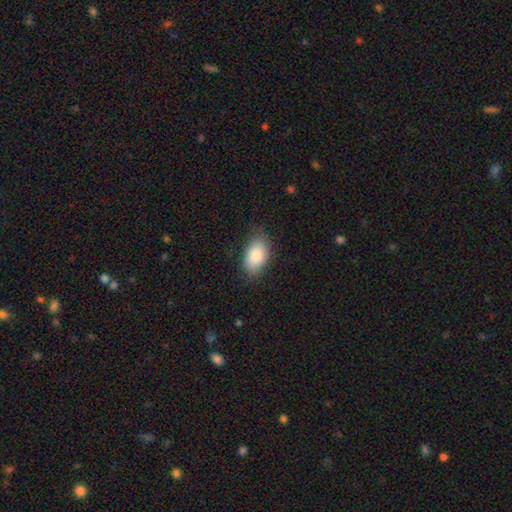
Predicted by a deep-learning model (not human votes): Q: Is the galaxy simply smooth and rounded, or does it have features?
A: smooth — 84%.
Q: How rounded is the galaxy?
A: in between — 93%.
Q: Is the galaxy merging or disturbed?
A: none — 82%.